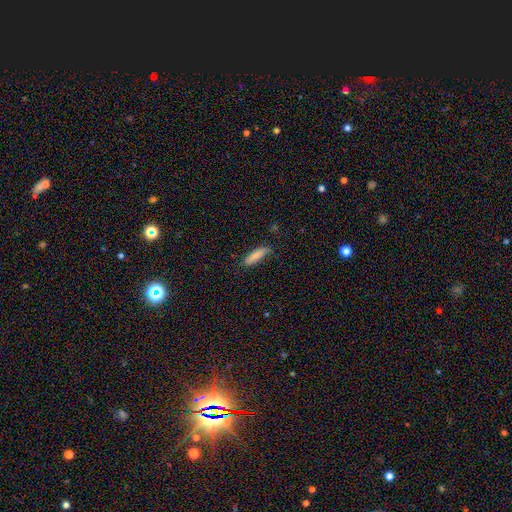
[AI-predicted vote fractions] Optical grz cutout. It shows a smooth galaxy with no disk features (83%) that is cigar-shaped (65%). Merging: none (79%).